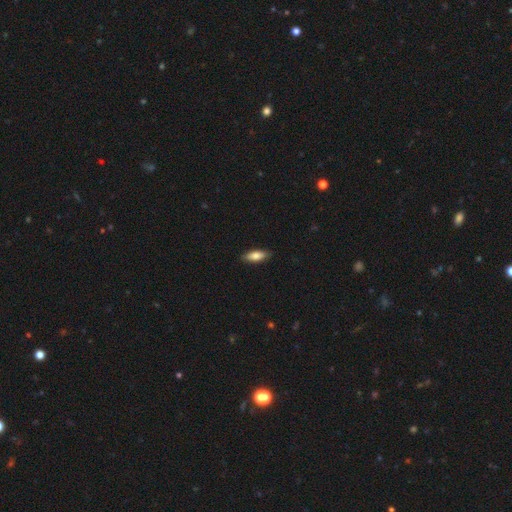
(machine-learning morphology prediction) type=smooth (80%); roundness=in between (70%); merging=none (88%).